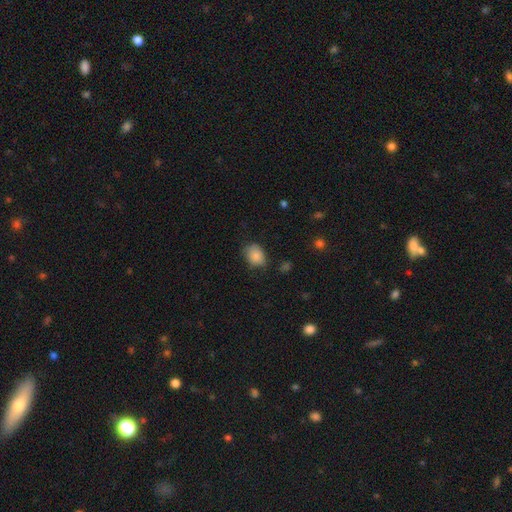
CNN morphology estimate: Smooth or featured: smooth — 85% (star or artifact — 8%)
How rounded: in between — 58% (round — 41%)
Merging: none — 60% (minor disturbance — 30%)